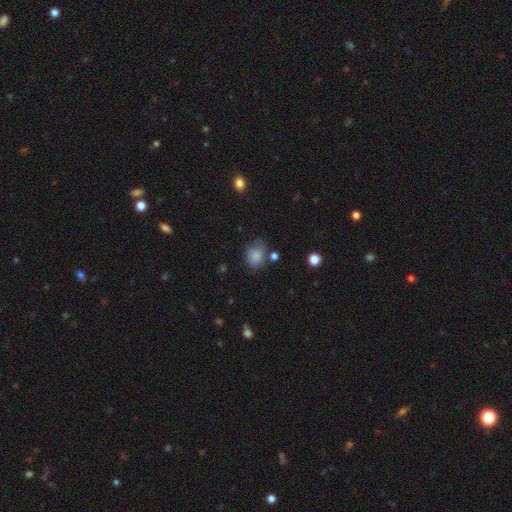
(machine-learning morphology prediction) Smooth or featured? smooth (81%)
How rounded? in between (57%)
Merging? none (56%)